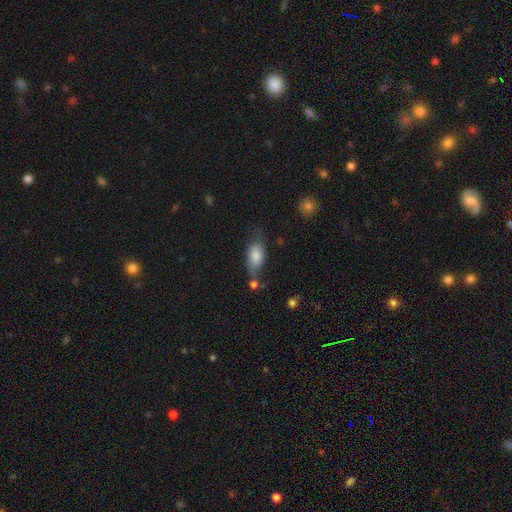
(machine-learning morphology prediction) Q: Smooth or featured?
A: smooth (73%); runner-up: featured or disk (19%)
Q: How rounded?
A: in between (87%); runner-up: cigar-shaped (8%)
Q: Merging?
A: none (45%); runner-up: minor disturbance (30%)